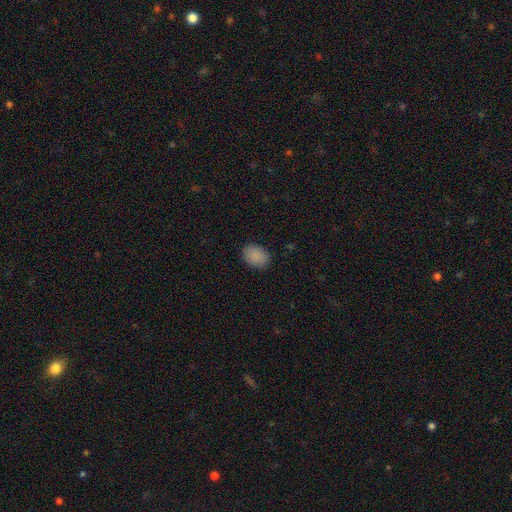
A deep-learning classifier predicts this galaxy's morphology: This appears to be a smooth galaxy with no disk features (88%) that is in between round and cigar-shaped (73%). Merging: none (86%).